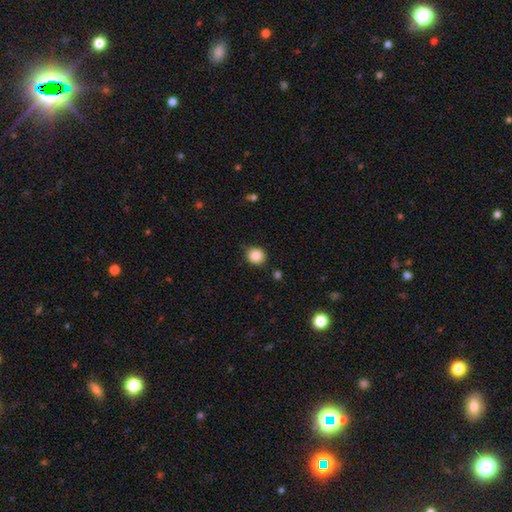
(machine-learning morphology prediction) This appears to be a smooth galaxy with no disk features (86%) that is round (85%). Merging: none (81%).